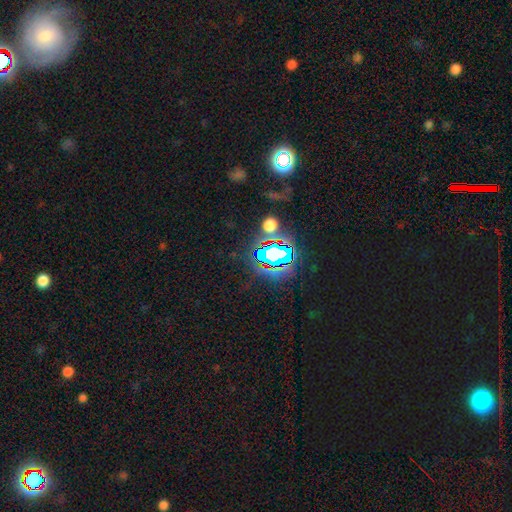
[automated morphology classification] smooth_or_featured: star or artifact (p=0.76) [alt: smooth p=0.14]